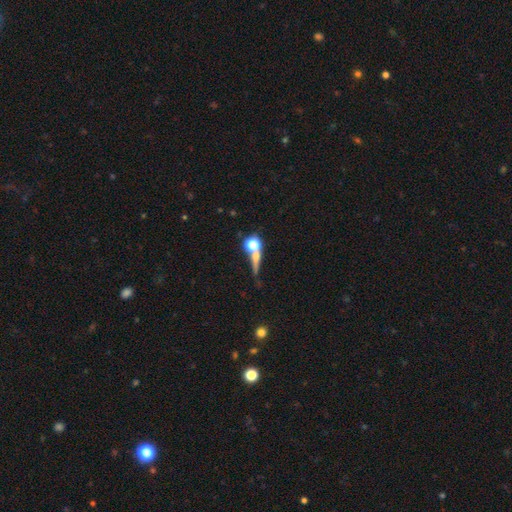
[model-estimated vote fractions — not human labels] Q: Smooth or featured?
A: smooth (52%); runner-up: featured or disk (31%)
Q: How rounded?
A: round (41%); tied with: cigar-shaped (41%)
Q: Merging?
A: none (49%); runner-up: merger (28%)